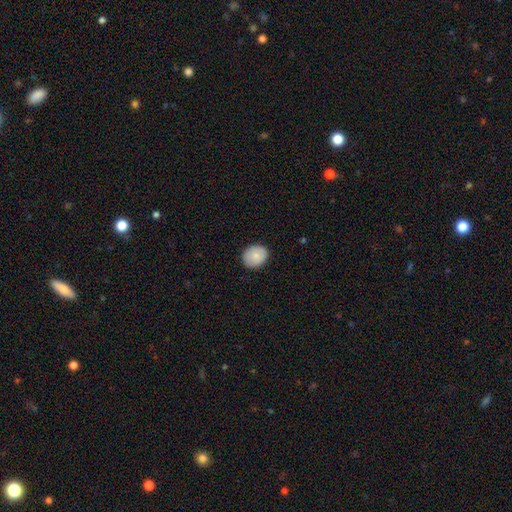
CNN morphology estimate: This is clearly a smooth galaxy (85%). How rounded: likely round (65%). Merging: clearly none (87%).